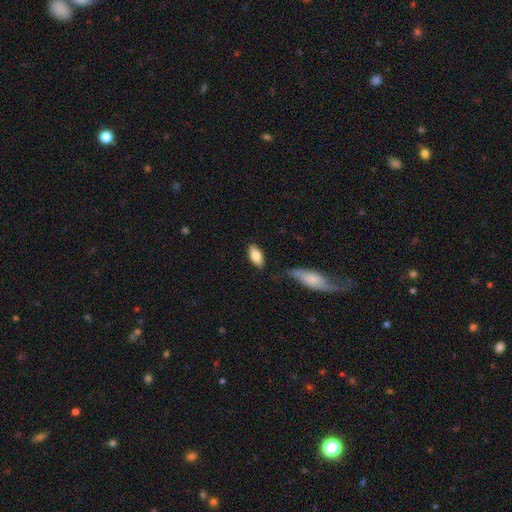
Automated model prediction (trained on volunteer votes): This appears to be a smooth galaxy with no disk features (81%) that is in between round and cigar-shaped (87%). Merging: none (81%).